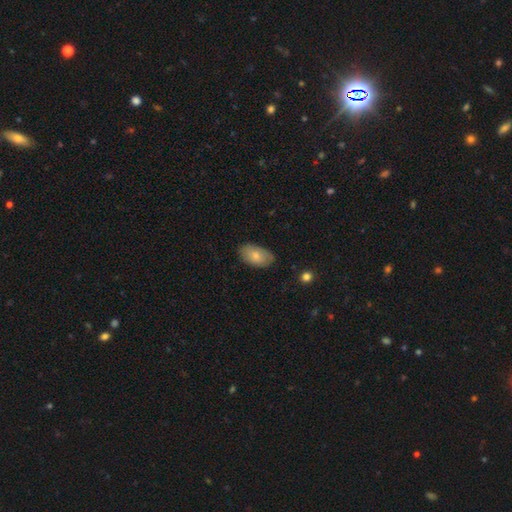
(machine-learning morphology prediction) smooth 71%, featured or disk 22%, star or artifact 6%. Down the decision tree: how rounded — in between (93%); merging — none (76%).